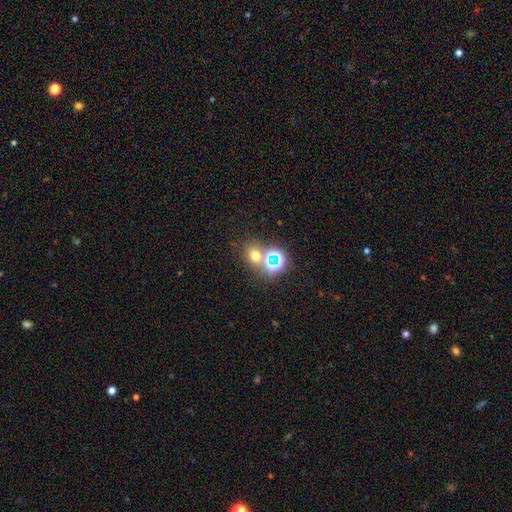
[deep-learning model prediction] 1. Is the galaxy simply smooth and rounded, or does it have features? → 58% smooth, 33% star or artifact, 9% featured or disk.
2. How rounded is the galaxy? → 71% round, 28% in between, 1% cigar-shaped.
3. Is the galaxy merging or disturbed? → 65% none, 23% merger, 8% minor disturbance, 4% major disturbance.